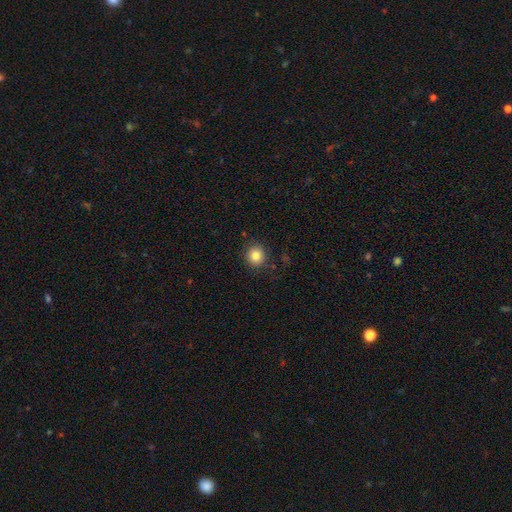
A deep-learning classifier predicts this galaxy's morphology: Q: Smooth or featured?
A: smooth (83%); runner-up: star or artifact (11%)
Q: How rounded?
A: round (89%); runner-up: in between (10%)
Q: Merging?
A: none (88%); runner-up: minor disturbance (8%)